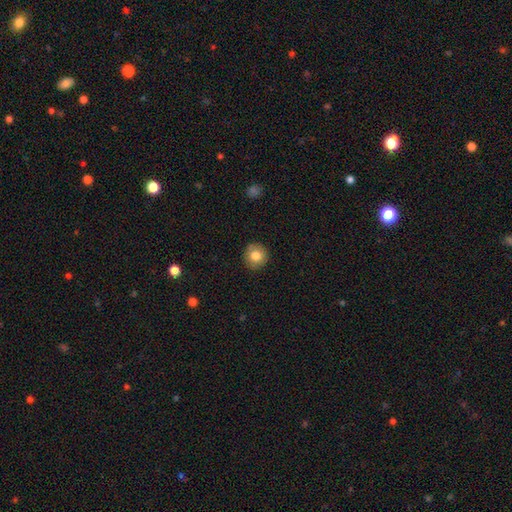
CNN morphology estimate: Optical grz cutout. It shows a smooth galaxy with no disk features (82%) that is round (94%). Merging: none (91%).